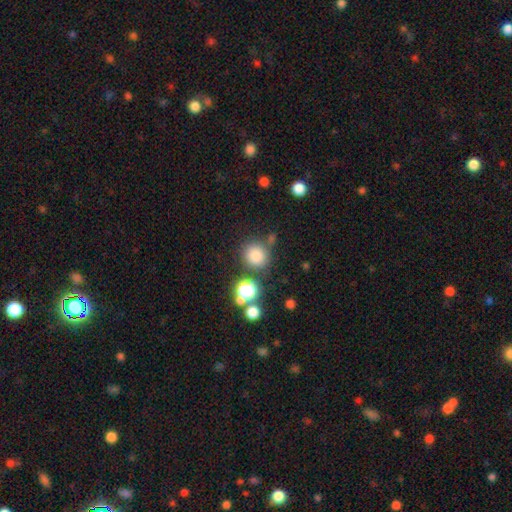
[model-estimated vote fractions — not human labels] Overall: smooth (79%). How rounded: round (90%). Merging: none (74%).